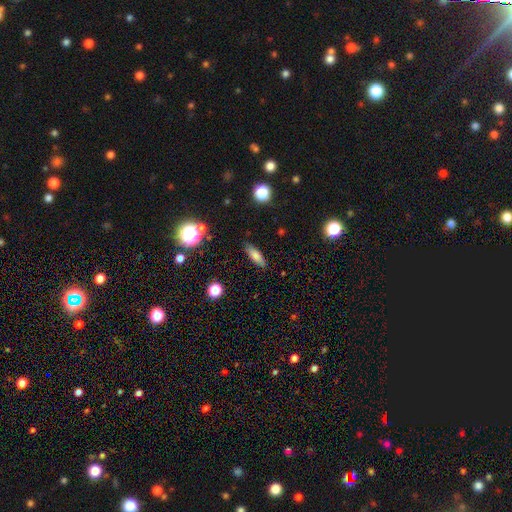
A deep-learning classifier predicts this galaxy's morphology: Smooth or featured?
  - smooth: 73% *
  - featured or disk: 16%
  - star or artifact: 10%
How rounded?
  - in between: 52% *
  - cigar-shaped: 43%
  - round: 4%
Merging?
  - none: 86% *
  - minor disturbance: 10%
  - major disturbance: 3%
  - merger: 2%